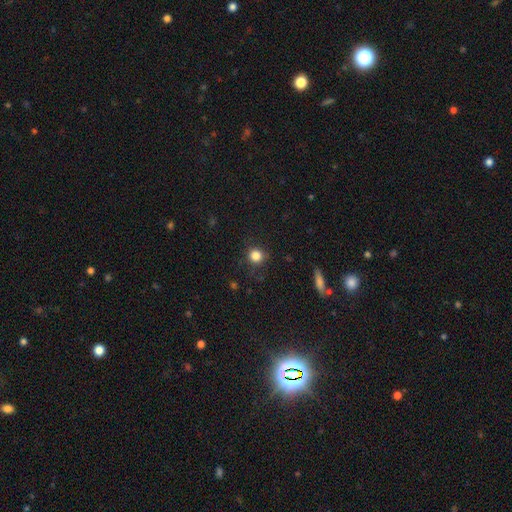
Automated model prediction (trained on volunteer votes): A smooth galaxy with no disk features (84%) that is round (90%).

Vote fractions:
- Smooth or featured? smooth: 84% / star or artifact: 12% / featured or disk: 4%
- How rounded? round: 90% / in between: 9% / cigar-shaped: 1%
- Merging? none: 84% / minor disturbance: 11% / major disturbance: 4% / merger: 1%